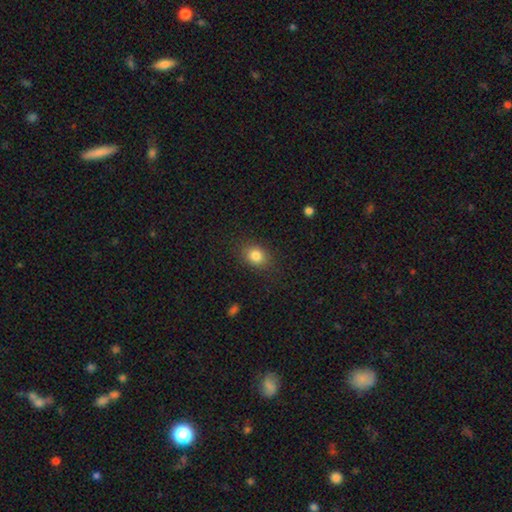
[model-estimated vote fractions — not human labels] This appears to be a smooth galaxy with no disk features (83%) that is in between round and cigar-shaped (53%). Merging: none (85%).